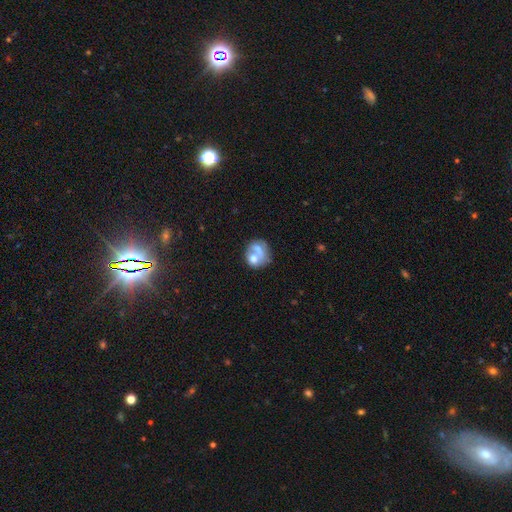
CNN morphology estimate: smooth 56%, featured or disk 36%, star or artifact 8%. Down the decision tree: how rounded — round (69%); merging — merger (41%).